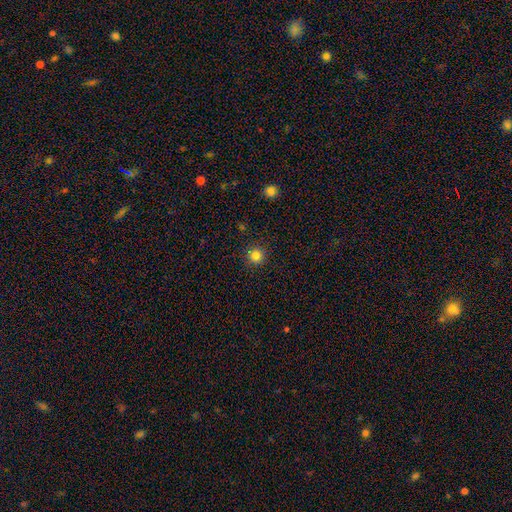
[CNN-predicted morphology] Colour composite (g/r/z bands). It shows a smooth galaxy with no disk features (83%) that is round (94%). Merging: none (91%).